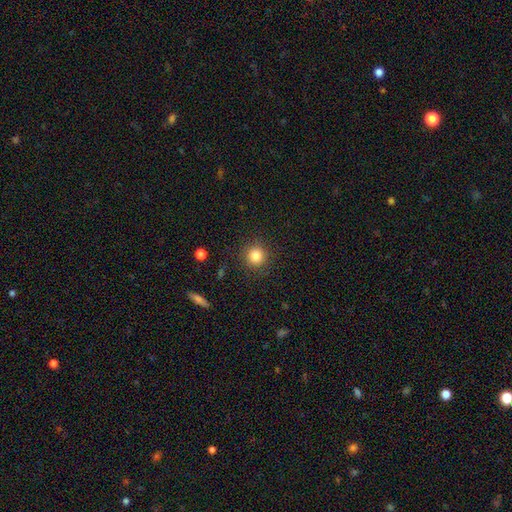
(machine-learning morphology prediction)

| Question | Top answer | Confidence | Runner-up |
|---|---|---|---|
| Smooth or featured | smooth | 84% | star or artifact (11%) |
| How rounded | round | 94% | in between (5%) |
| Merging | none | 90% | minor disturbance (7%) |